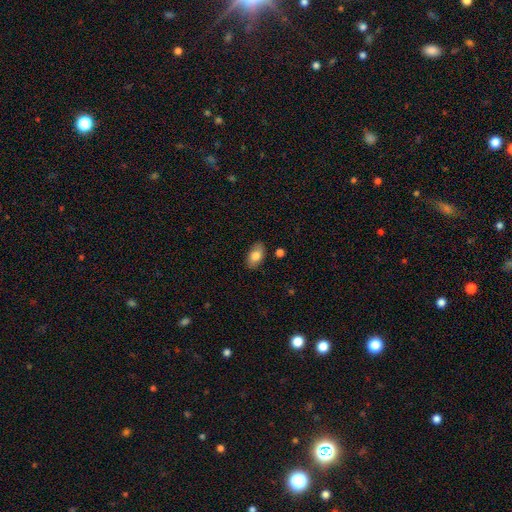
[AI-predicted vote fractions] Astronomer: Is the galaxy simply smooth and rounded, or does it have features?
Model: smooth — 79%.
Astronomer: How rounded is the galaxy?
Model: in between — 92%.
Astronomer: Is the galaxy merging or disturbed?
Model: none — 85%.